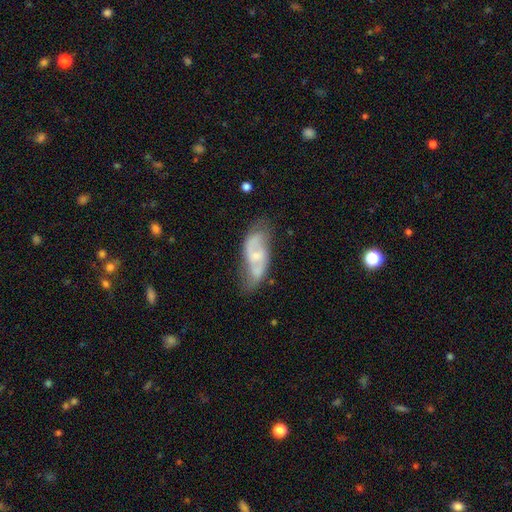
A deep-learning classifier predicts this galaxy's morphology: type=featured or disk (69%); edge-on=no (92%); bar=weak (45%); spiral arms=yes (82%); winding=medium (42%); arm count=2 (80%); bulge=small (53%); merging=none (54%).